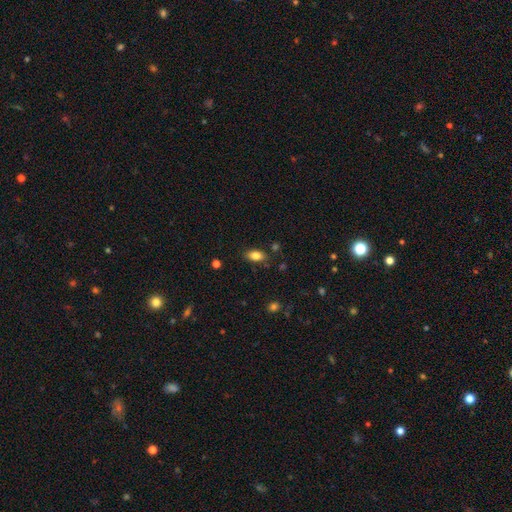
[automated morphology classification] The model was most divided on "merging": none: 83%, minor disturbance: 12%, major disturbance: 3%, merger: 2%. More confident: how rounded — in between (89%); smooth or featured — smooth (84%).